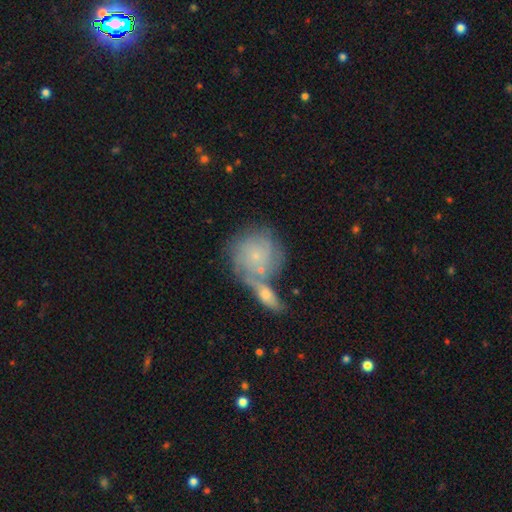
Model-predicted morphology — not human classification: Overall: featured or disk (53%; smooth 36%). Edge-on disk: no (93%). Merging: none (41%, tied with merger).